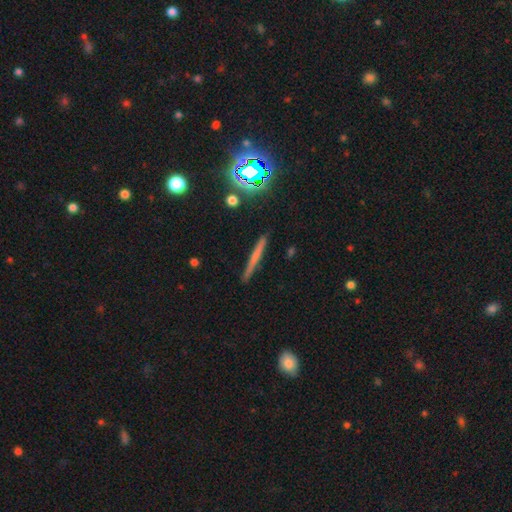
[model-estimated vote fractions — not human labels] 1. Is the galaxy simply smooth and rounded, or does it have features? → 48% smooth, 37% featured or disk, 15% star or artifact.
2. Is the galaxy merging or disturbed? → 89% none, 7% minor disturbance, 2% major disturbance, 2% merger.